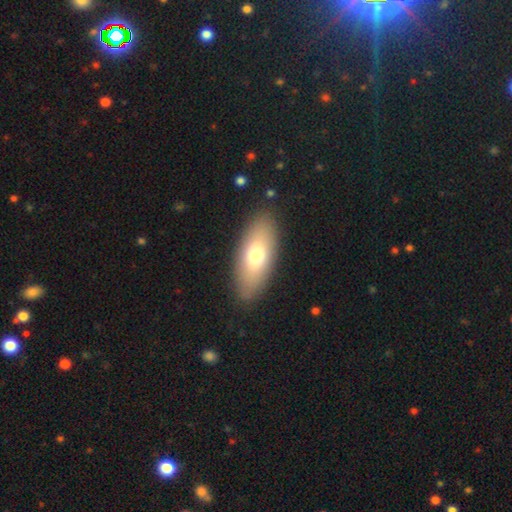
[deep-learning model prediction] smooth_or_featured: smooth (p=0.70) [alt: featured or disk p=0.24]
how_rounded: in between (p=0.82) [alt: cigar-shaped p=0.15]
merging: none (p=0.87) [alt: minor disturbance p=0.09]